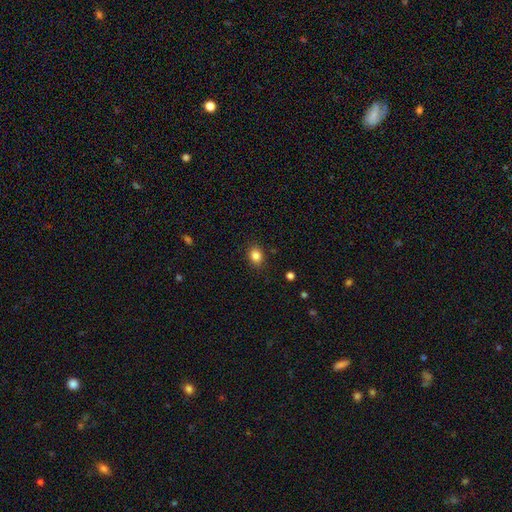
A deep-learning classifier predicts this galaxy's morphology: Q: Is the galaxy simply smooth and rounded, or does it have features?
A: smooth — 85%.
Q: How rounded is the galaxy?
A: in between — 53%.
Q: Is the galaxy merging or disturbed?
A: none — 87%.